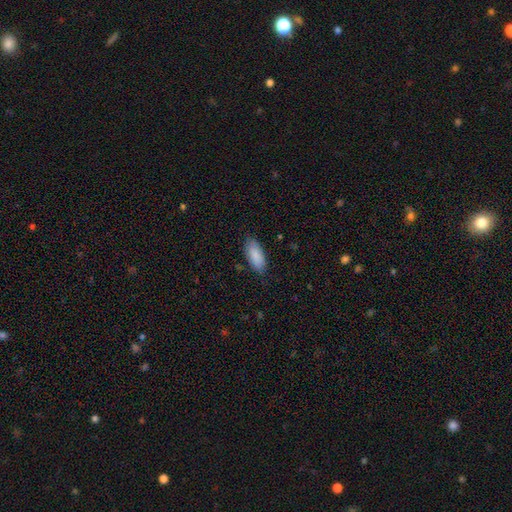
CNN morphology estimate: A smooth galaxy with no disk features (88%) that is in between round and cigar-shaped (87%).

Vote fractions:
- Smooth or featured? smooth: 88% / featured or disk: 7% / star or artifact: 6%
- How rounded? in between: 87% / cigar-shaped: 11% / round: 2%
- Merging? none: 81% / minor disturbance: 15% / major disturbance: 3% / merger: 1%